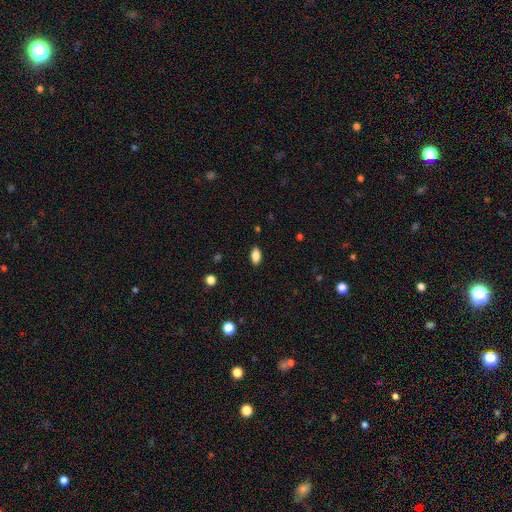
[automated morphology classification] A smooth galaxy with no disk features (86%) that is in between round and cigar-shaped (91%).

Vote fractions:
- Smooth or featured? smooth: 86% / star or artifact: 8% / featured or disk: 6%
- How rounded? in between: 91% / cigar-shaped: 5% / round: 4%
- Merging? none: 88% / minor disturbance: 9% / major disturbance: 2% / merger: 1%